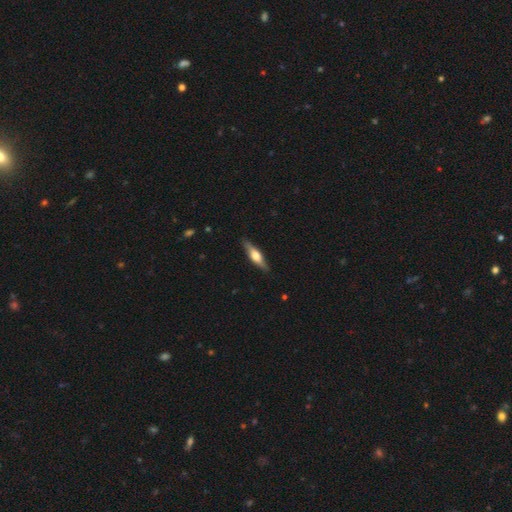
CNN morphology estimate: This appears to be a featured or disk galaxy (54%) viewed edge-on (93%) with a rounded central bulge (90%). Merging: none (87%).